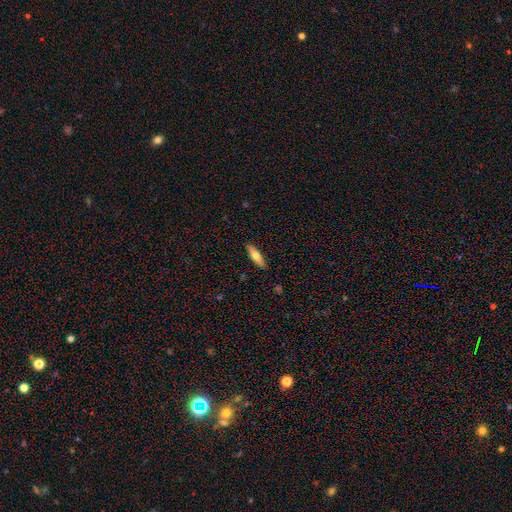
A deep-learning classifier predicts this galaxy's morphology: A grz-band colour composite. It shows a smooth galaxy with no disk features (63%) that is cigar-shaped (58%). Merging: none (89%).